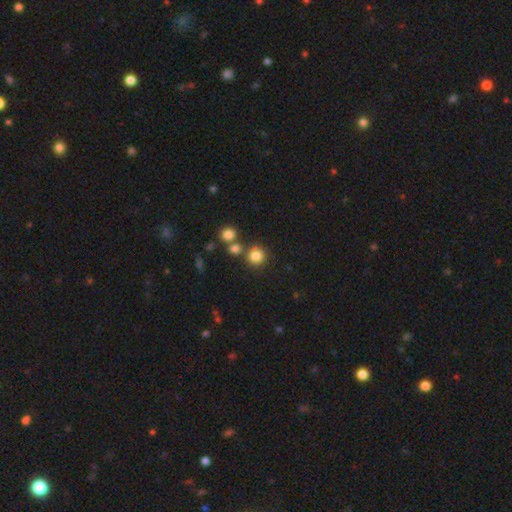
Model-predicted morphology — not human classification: Q: Smooth or featured?
A: smooth (81%); runner-up: star or artifact (12%)
Q: How rounded?
A: round (90%); runner-up: in between (9%)
Q: Merging?
A: none (72%); runner-up: merger (16%)